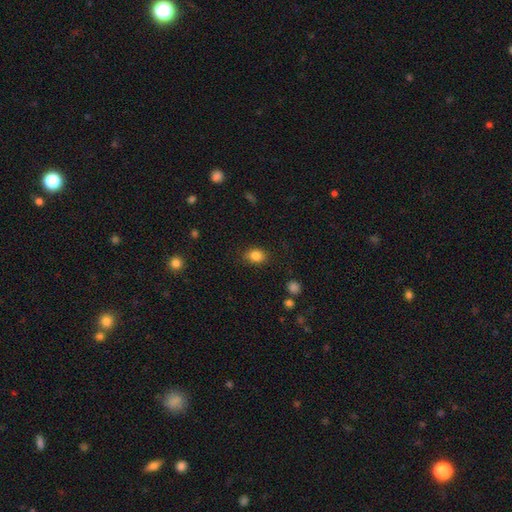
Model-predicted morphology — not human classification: smooth_or_featured: smooth (p=0.85) [alt: star or artifact p=0.10]
how_rounded: in between (p=0.61) [alt: round p=0.38]
merging: none (p=0.83) [alt: minor disturbance p=0.12]